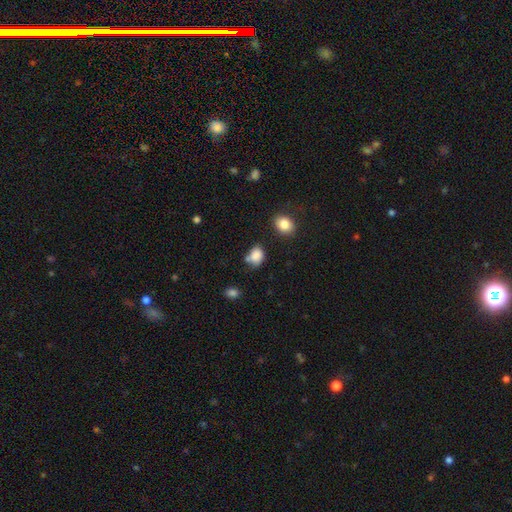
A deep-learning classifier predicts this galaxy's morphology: This is clearly a smooth galaxy (83%). How rounded: likely in between (61%). Merging: possibly none (55%).